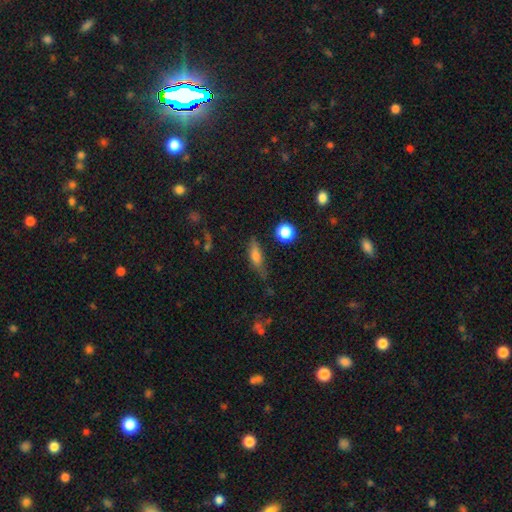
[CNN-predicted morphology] Smooth or featured: smooth — 65% (featured or disk — 24%)
How rounded: in between — 49% (cigar-shaped — 44%)
Merging: none — 63% (minor disturbance — 25%)